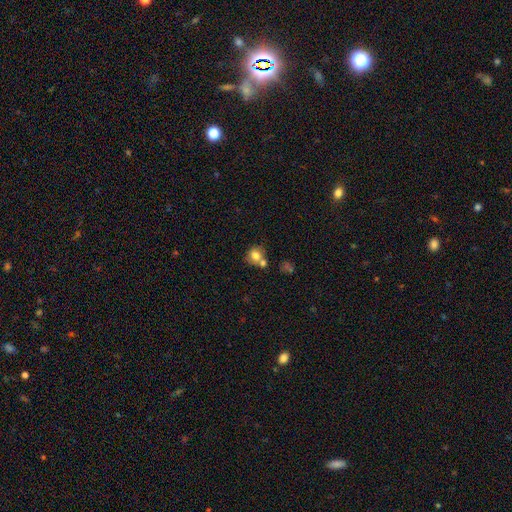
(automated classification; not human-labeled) smooth-or-featured: smooth: 77% | featured or disk: 13% | star or artifact: 11%
  how-rounded: round: 80% | in between: 19% | cigar-shaped: 1%
  merging: none: 49% | merger: 34% | minor disturbance: 12% | major disturbance: 5%